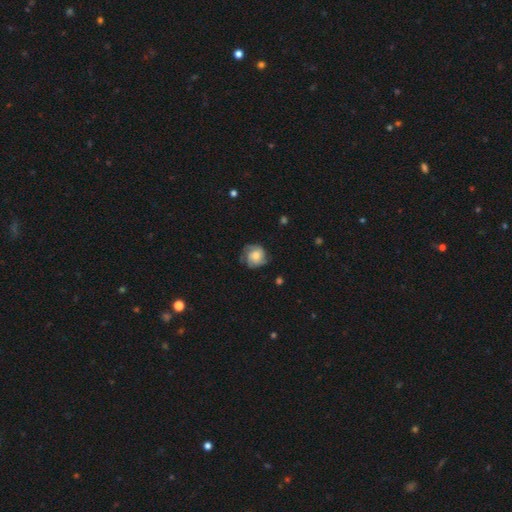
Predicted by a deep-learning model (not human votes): Overall: featured or disk (64%; smooth 28%). Edge-on disk: no (98%). Bar: no (72%). Spiral arms: yes (92%). Spiral arm count: 3 (39%; 2 23%). Spiral winding: tight (52%; medium 37%). Bulge size: moderate (47%; small 26%). Merging: none (69%).